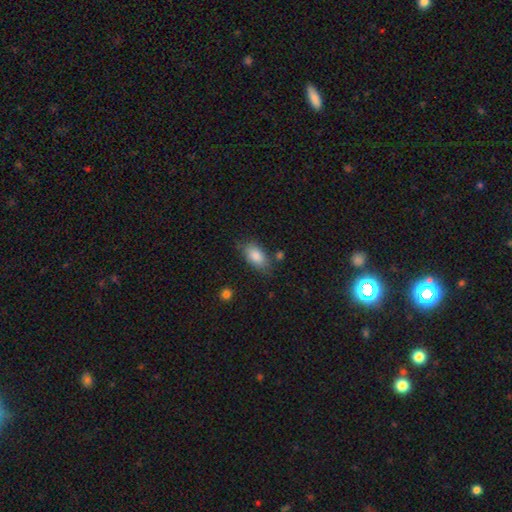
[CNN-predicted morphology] Smooth or featured? smooth (85%)
How rounded? in between (91%)
Merging? none (71%)